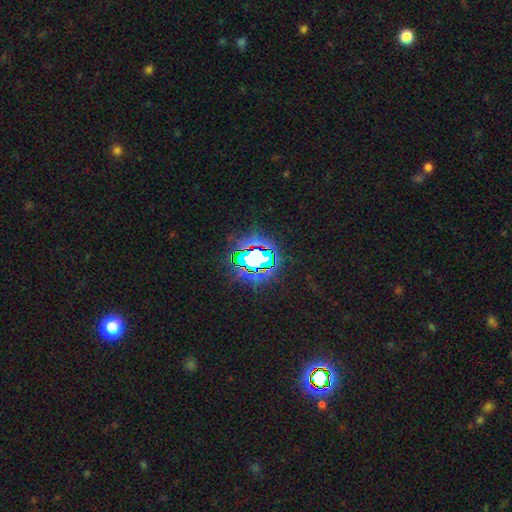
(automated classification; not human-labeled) Smooth or featured? star or artifact (77%)